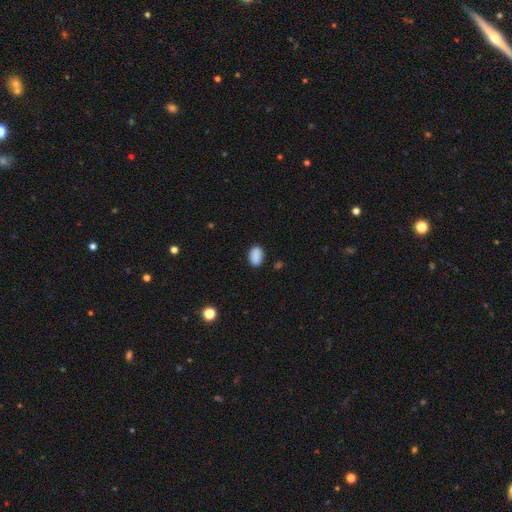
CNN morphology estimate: A smooth galaxy with no disk features (88%) that is in between round and cigar-shaped (87%).

Vote fractions:
- Smooth or featured? smooth: 88% / star or artifact: 8% / featured or disk: 3%
- How rounded? in between: 87% / round: 12% / cigar-shaped: 1%
- Merging? none: 84% / minor disturbance: 12% / major disturbance: 3% / merger: 2%